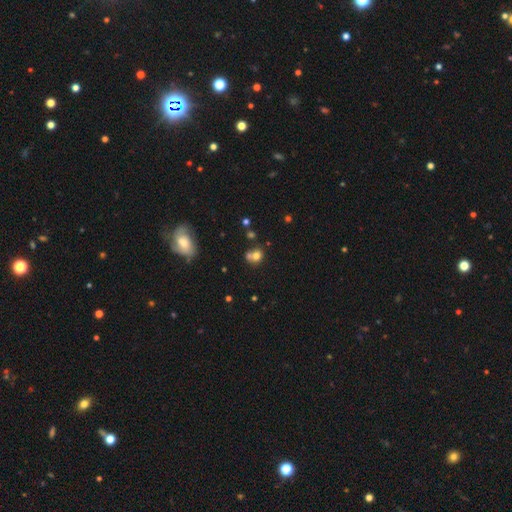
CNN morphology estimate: Smooth or featured? Predicted: smooth (p=0.73). How rounded? Predicted: round (p=0.73). Merging? Predicted: merger (p=0.45).